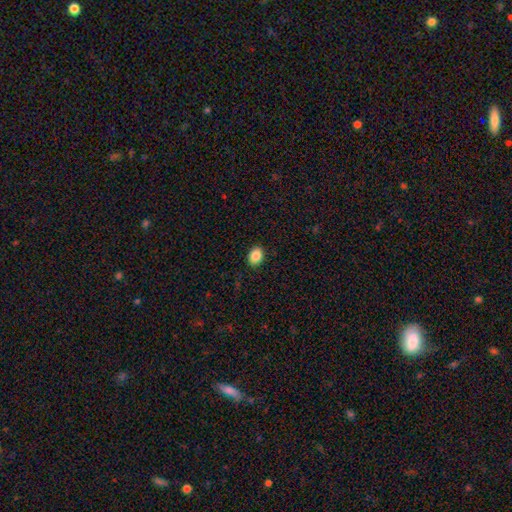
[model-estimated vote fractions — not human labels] Overall: smooth (88%). How rounded: in between (71%). Merging: none (90%).